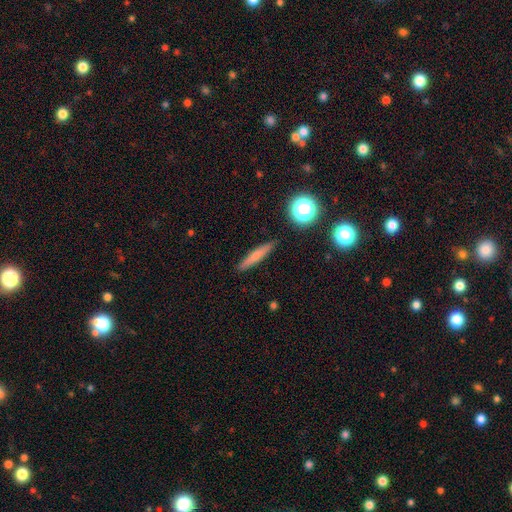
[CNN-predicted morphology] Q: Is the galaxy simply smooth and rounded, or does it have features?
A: smooth — 63%.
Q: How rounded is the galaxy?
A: cigar-shaped — 90%.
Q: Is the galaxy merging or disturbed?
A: none — 90%.